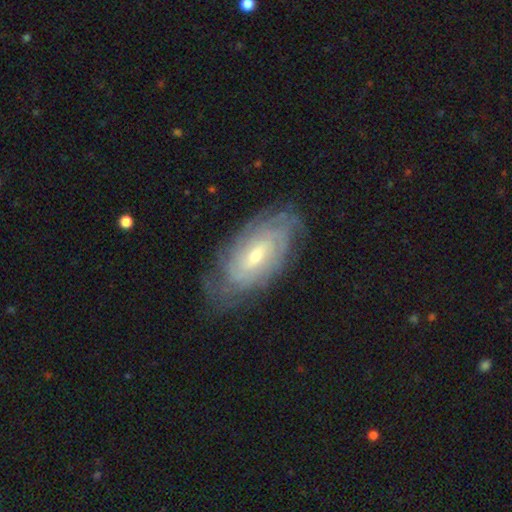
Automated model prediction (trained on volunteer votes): Overall: featured or disk (83%). Edge-on disk: no (93%). Bar: weak (45%; no 41%). Spiral arms: yes (95%). Spiral arm count: can't tell (49%; 4 15%). Spiral winding: tight (79%). Bulge size: small (57%; moderate 40%). Merging: none (79%).